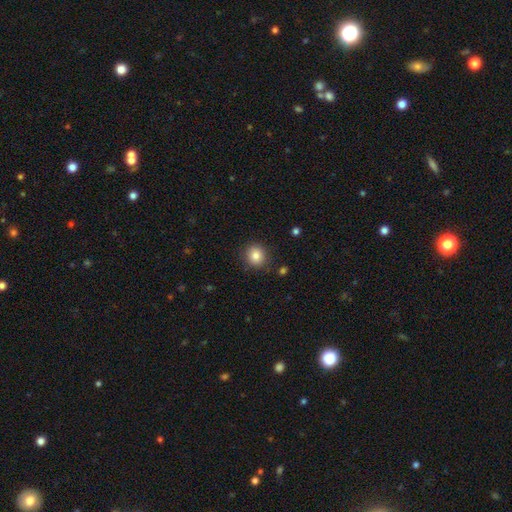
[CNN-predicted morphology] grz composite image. It shows a smooth galaxy with no disk features (83%) that is round (83%). Merging: none (87%).